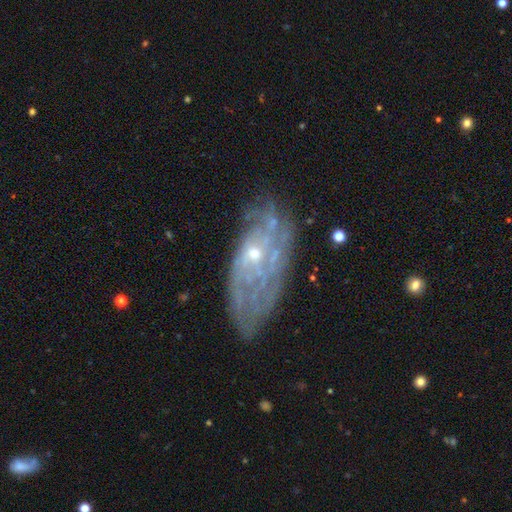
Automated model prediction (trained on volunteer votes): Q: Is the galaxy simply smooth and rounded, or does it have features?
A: featured or disk — 78%.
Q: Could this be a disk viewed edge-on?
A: no — 90%.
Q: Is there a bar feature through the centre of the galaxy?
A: no — 75%.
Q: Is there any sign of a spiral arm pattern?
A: yes — 81%.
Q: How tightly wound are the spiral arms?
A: tight — 63%.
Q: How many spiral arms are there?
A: can't tell — 57%.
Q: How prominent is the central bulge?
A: small — 69%.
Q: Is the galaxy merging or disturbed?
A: none — 67%.